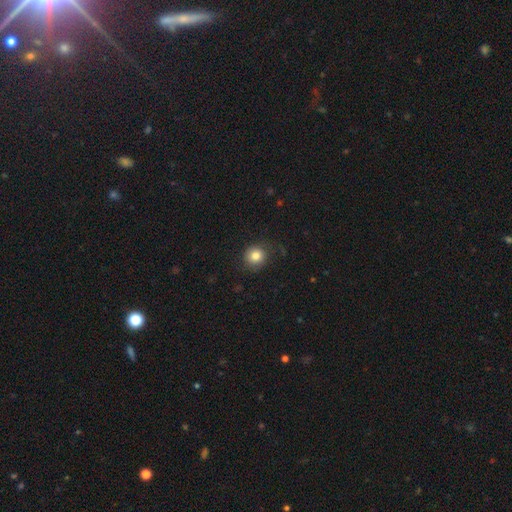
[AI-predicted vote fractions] smooth_or_featured: smooth (p=0.82) [alt: star or artifact p=0.10]
how_rounded: round (p=0.87) [alt: in between p=0.12]
merging: none (p=0.81) [alt: minor disturbance p=0.13]